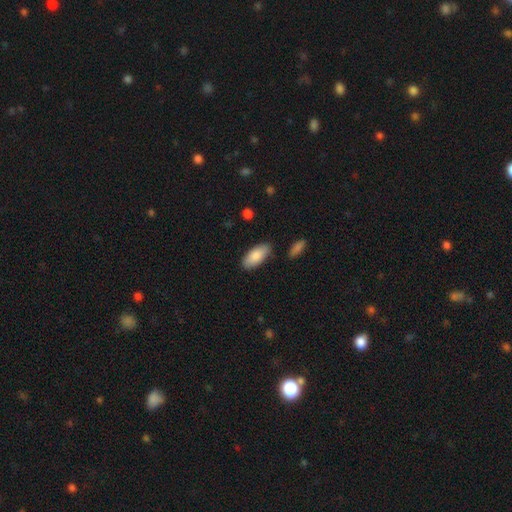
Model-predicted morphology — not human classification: A smooth galaxy with no disk features (86%) that is in between round and cigar-shaped (89%).

Vote fractions:
- Smooth or featured? smooth: 86% / featured or disk: 8% / star or artifact: 6%
- How rounded? in between: 89% / cigar-shaped: 9% / round: 2%
- Merging? none: 82% / minor disturbance: 13% / merger: 3% / major disturbance: 3%